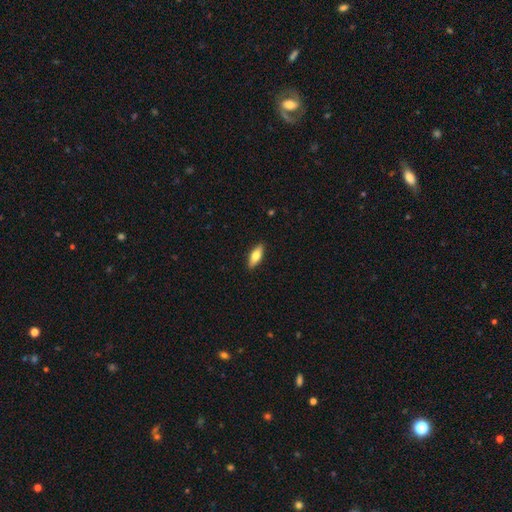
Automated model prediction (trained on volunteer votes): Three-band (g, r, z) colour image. It shows a smooth galaxy with no disk features (71%) that is in between round and cigar-shaped (69%). Merging: none (89%).